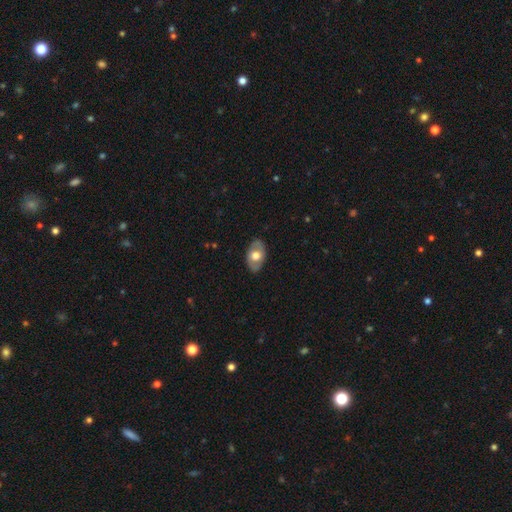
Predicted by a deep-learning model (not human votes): Smooth or featured? Predicted: smooth (p=0.51). How rounded? Predicted: in between (p=0.87). Merging? Predicted: none (p=0.83).